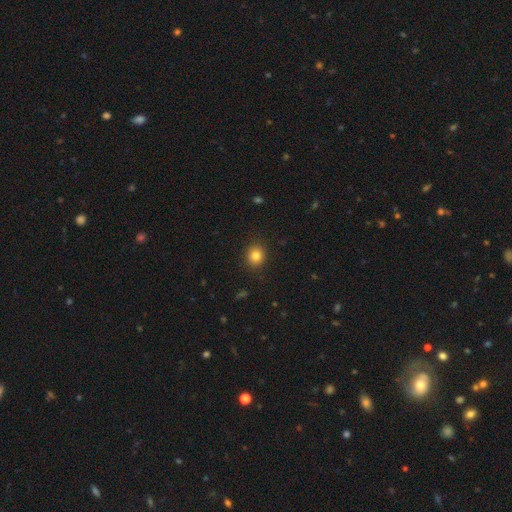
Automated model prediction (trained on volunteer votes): Morphology: type=smooth (83%); roundness=round (80%); merging=none (90%).